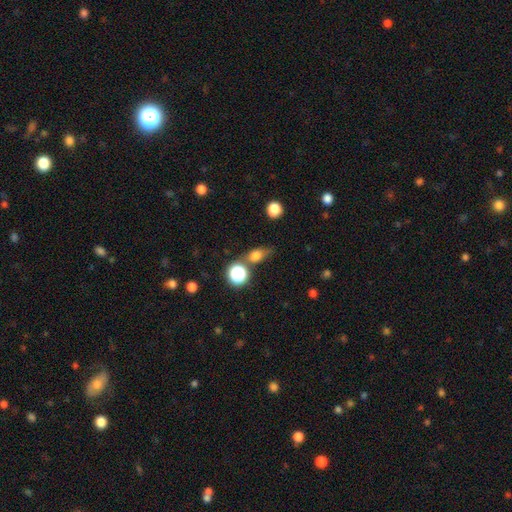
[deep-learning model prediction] This appears to be a smooth galaxy with no disk features (72%) that is in between round and cigar-shaped (57%). Merging: none (59%).